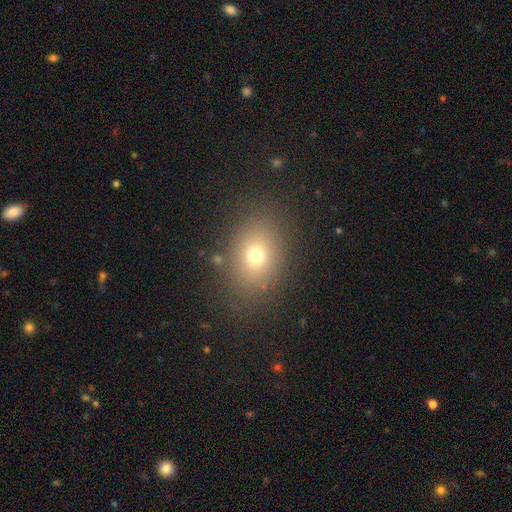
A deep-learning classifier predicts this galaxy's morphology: Smooth or featured? Predicted: smooth (p=0.72). How rounded? Predicted: in between (p=0.58). Merging? Predicted: none (p=0.84).